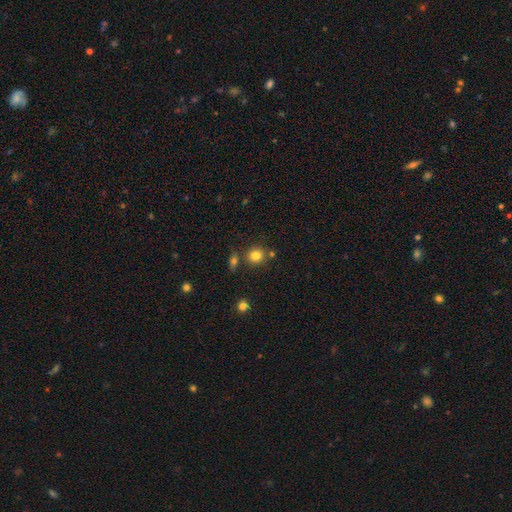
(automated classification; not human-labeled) smooth 81%, star or artifact 12%, featured or disk 7%. Down the decision tree: how rounded — round (87%); merging — none (75%).